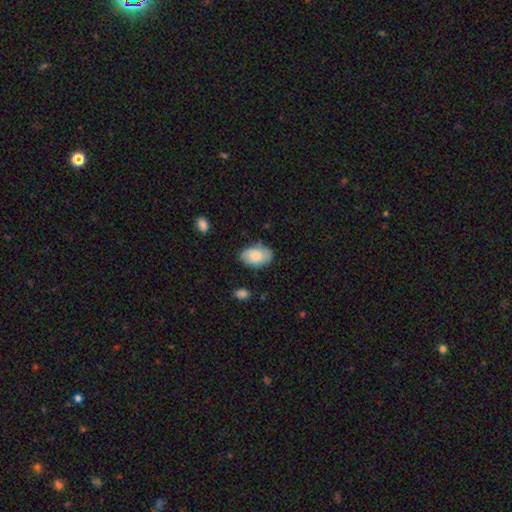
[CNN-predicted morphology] This is likely a smooth galaxy (76%). How rounded: clearly in between (90%). Merging: likely none (75%).